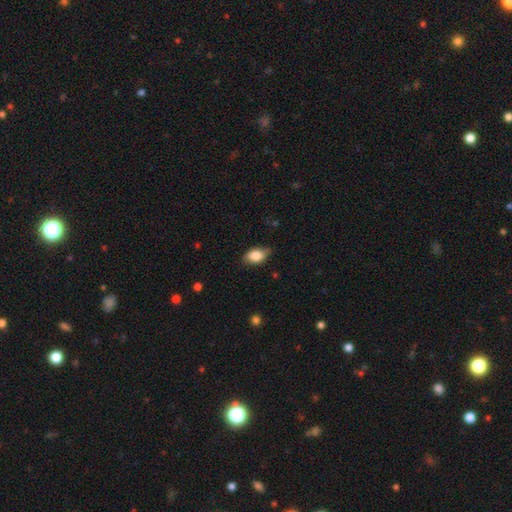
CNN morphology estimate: smooth-or-featured: smooth: 85% | featured or disk: 8% | star or artifact: 7%
  how-rounded: in between: 86% | round: 12% | cigar-shaped: 2%
  merging: none: 71% | minor disturbance: 24% | major disturbance: 4% | merger: 1%